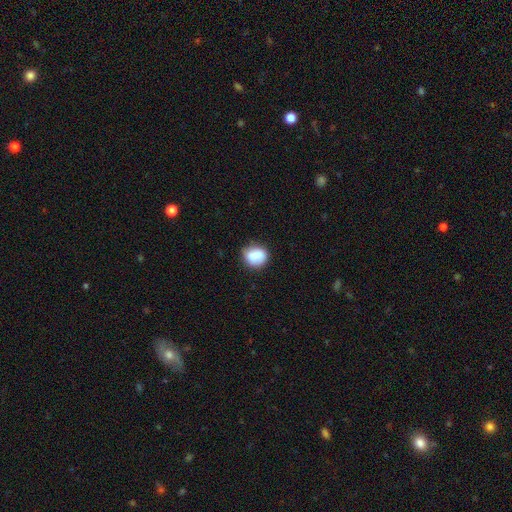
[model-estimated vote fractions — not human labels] This appears to be a smooth galaxy with no disk features (82%) that is round (67%). Merging: none (71%).